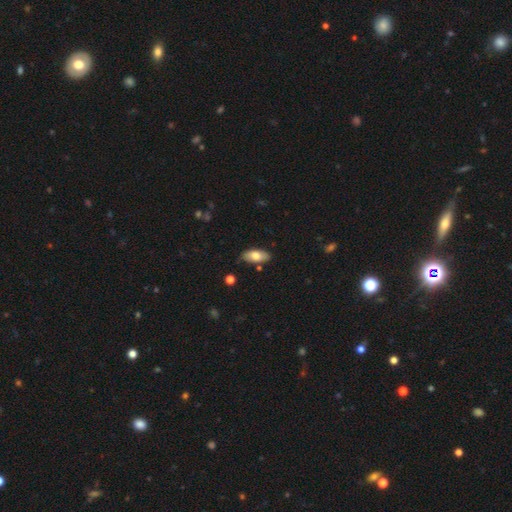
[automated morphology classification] Q: Smooth or featured?
A: smooth (75%); runner-up: featured or disk (19%)
Q: How rounded?
A: in between (89%); runner-up: cigar-shaped (9%)
Q: Merging?
A: none (81%); runner-up: minor disturbance (14%)